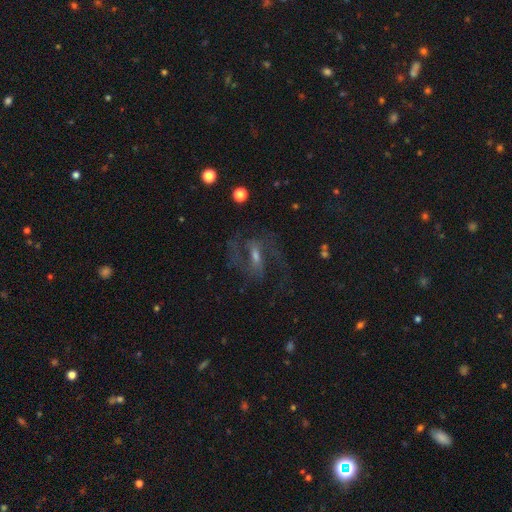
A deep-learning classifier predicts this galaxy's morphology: This appears to be a featured or disk galaxy (80%) with a weak bar (45%), 2 (84%) medium (54%) spiral arms (92%) and a small central bulge (44%). Merging: none (65%).